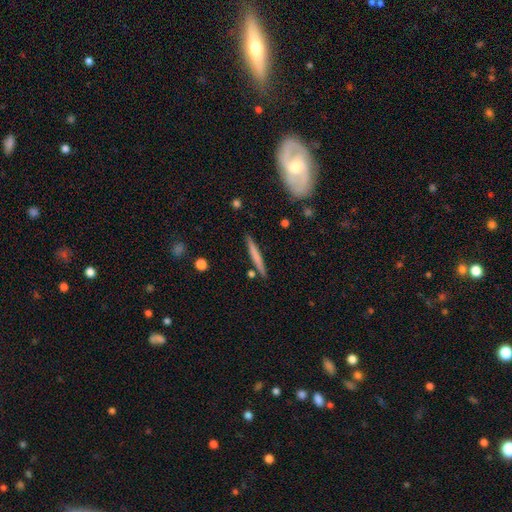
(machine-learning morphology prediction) This appears to be a smooth galaxy with no disk features (62%) that is cigar-shaped (96%). Merging: none (88%).